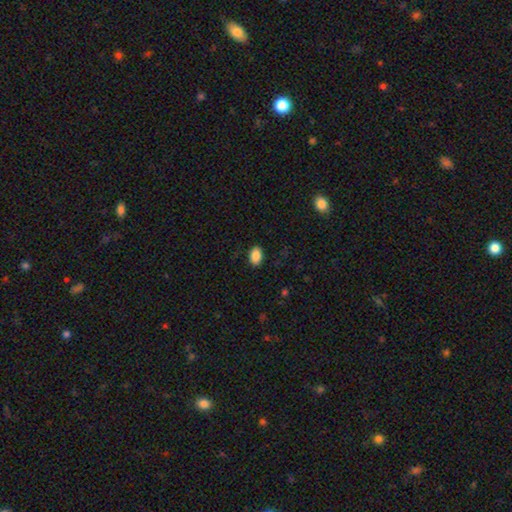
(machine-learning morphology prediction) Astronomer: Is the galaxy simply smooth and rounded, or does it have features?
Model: smooth — 88%.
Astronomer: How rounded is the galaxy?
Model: in between — 87%.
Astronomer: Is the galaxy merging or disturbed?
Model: none — 88%.